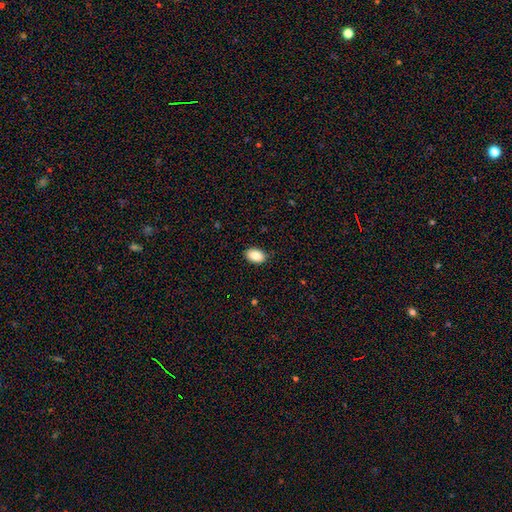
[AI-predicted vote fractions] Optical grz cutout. It shows a smooth galaxy with no disk features (85%) that is in between round and cigar-shaped (87%). Merging: none (88%).